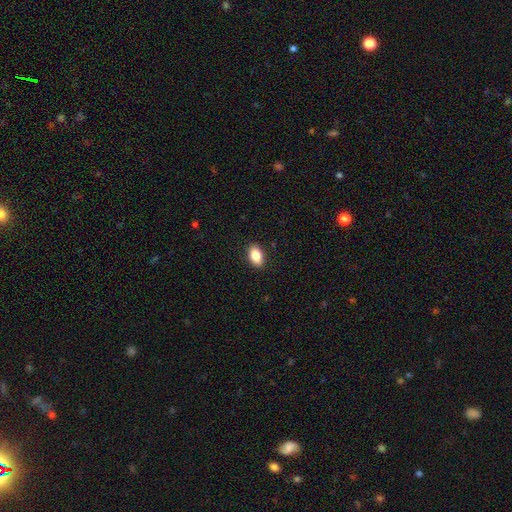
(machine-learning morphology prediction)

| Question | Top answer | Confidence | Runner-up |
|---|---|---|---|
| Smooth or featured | smooth | 86% | star or artifact (8%) |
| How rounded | in between | 90% | round (8%) |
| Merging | none | 90% | minor disturbance (8%) |